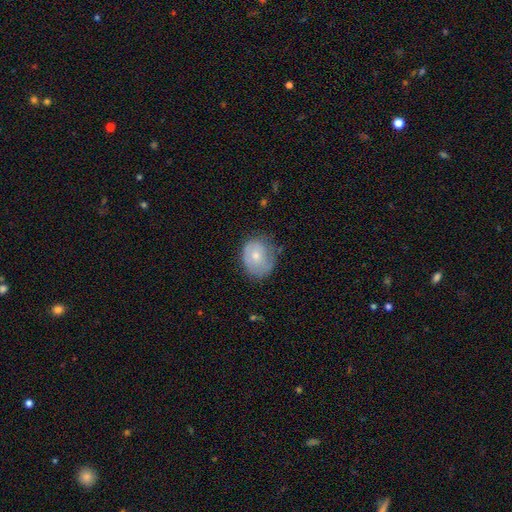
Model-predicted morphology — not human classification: Smooth or featured? Predicted: smooth (p=0.59). How rounded? Predicted: round (p=0.64). Merging? Predicted: none (p=0.58).